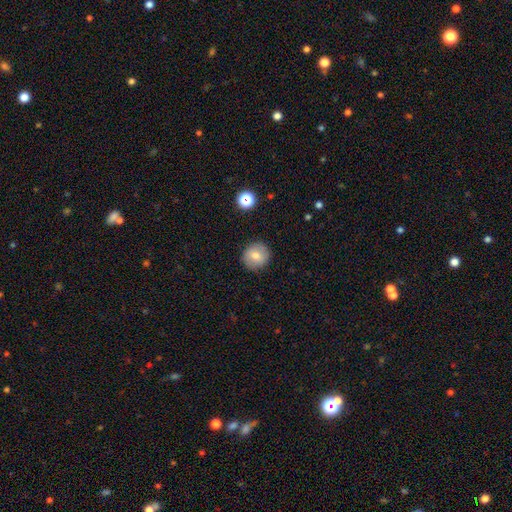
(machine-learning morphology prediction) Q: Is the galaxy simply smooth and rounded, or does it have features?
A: smooth — 73%.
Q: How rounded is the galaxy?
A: round — 91%.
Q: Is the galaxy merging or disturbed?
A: none — 90%.